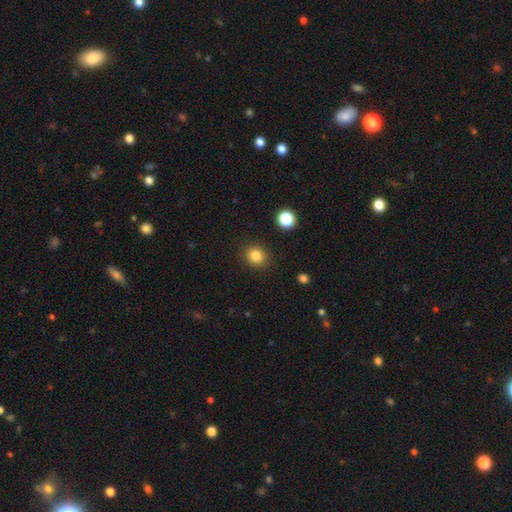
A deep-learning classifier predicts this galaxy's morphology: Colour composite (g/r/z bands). It shows a smooth galaxy with no disk features (84%) that is round (75%). Merging: none (88%).